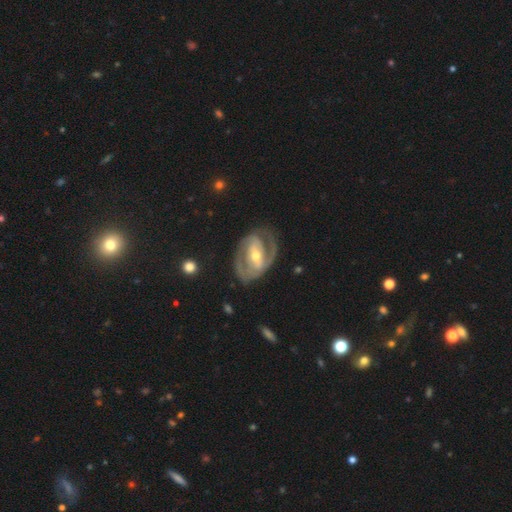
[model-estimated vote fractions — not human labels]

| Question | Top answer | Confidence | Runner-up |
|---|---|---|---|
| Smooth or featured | featured or disk | 85% | smooth (11%) |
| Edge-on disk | no | 96% | yes (4%) |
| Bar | strong | 47% | weak (33%) |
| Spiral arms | yes | 84% | no (16%) |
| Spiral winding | tight | 45% | medium (42%) |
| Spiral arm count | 2 | 77% | can't tell (10%) |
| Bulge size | moderate | 57% | small (38%) |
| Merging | none | 71% | minor disturbance (17%) |